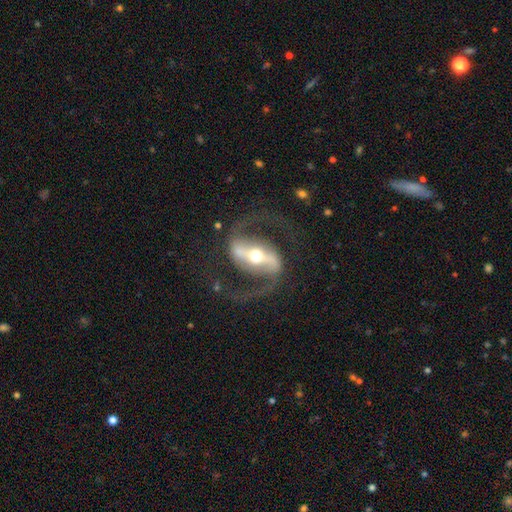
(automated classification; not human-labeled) A featured or disk galaxy (91%) with a strong bar (75%), 2 (94%) medium (46%) spiral arms (93%) and a moderate central bulge (70%).

Vote fractions:
- Smooth or featured? featured or disk: 91% / smooth: 5% / star or artifact: 4%
- Edge-on disk? no: 95% / yes: 5%
- Bar? strong: 75% / weak: 17% / no: 9%
- Spiral arms? yes: 93% / no: 7%
- Spiral winding? medium: 46% / loose: 44% / tight: 10%
- Spiral arm count? 2: 94% / can't tell: 2% / 1: 2% / 3: 1% / 4: 1% / more than 4: 1%
- Bulge size? moderate: 70% / small: 18% / large: 10% / dominant: 2% / none: 1%
- Merging? none: 77% / major disturbance: 11% / minor disturbance: 10% / merger: 2%